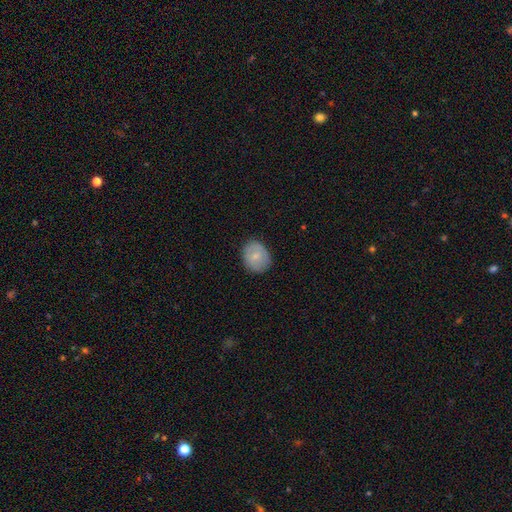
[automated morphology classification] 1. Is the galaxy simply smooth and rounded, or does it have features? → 76% smooth, 17% featured or disk, 7% star or artifact.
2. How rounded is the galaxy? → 60% round, 39% in between, 1% cigar-shaped.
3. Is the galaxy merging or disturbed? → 82% none, 14% minor disturbance, 3% major disturbance, 1% merger.